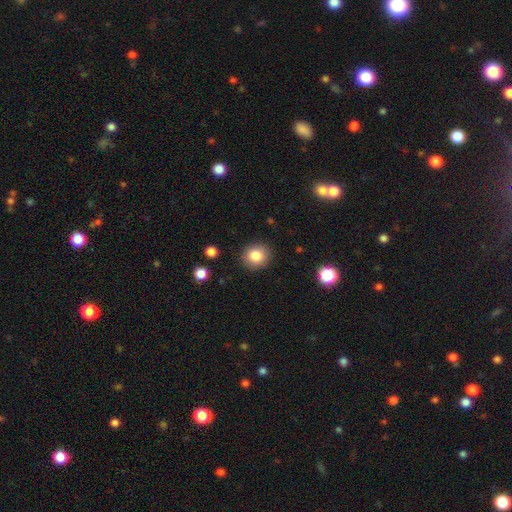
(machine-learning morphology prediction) A smooth galaxy with no disk features (84%) that is round (83%). Merging: none (89%).